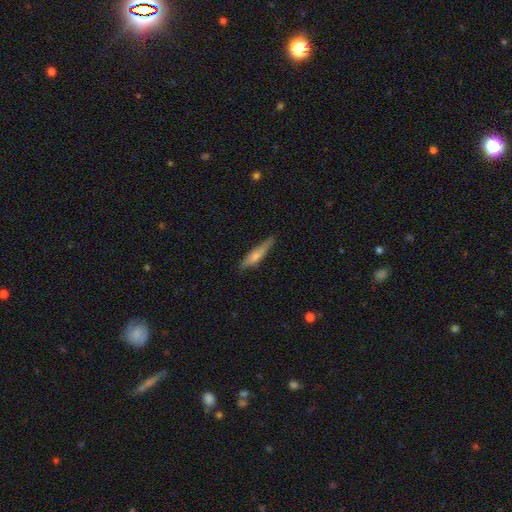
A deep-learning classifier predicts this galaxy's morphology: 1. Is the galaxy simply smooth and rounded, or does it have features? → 59% smooth, 35% featured or disk, 6% star or artifact.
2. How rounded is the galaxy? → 84% cigar-shaped, 14% in between, 2% round.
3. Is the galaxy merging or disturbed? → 77% none, 18% minor disturbance, 3% major disturbance, 2% merger.